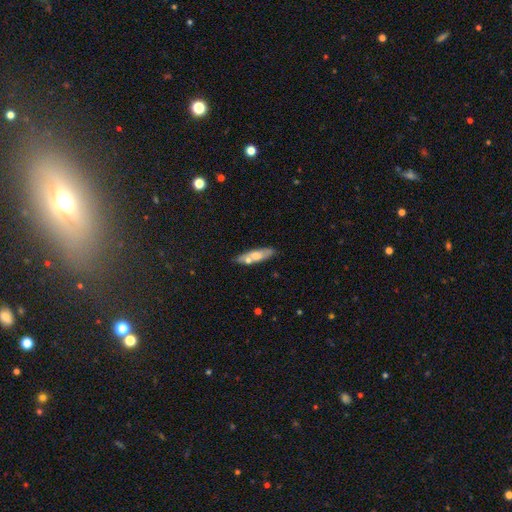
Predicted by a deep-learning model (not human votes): This appears to be a smooth galaxy with no disk features (54%) that is cigar-shaped (58%). Merging: none (66%).